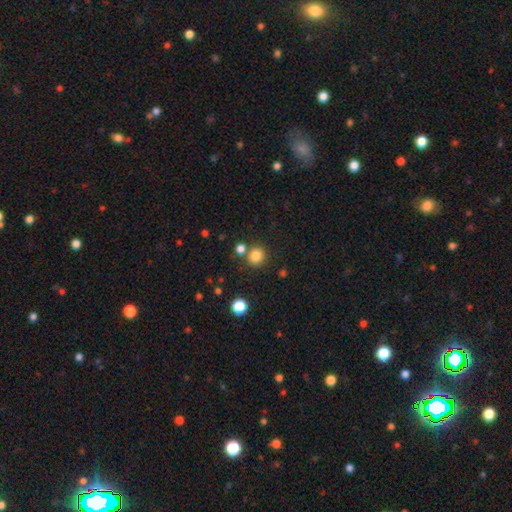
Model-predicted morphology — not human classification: Smooth or featured? Predicted: smooth (p=0.83). How rounded? Predicted: round (p=0.89). Merging? Predicted: none (p=0.78).